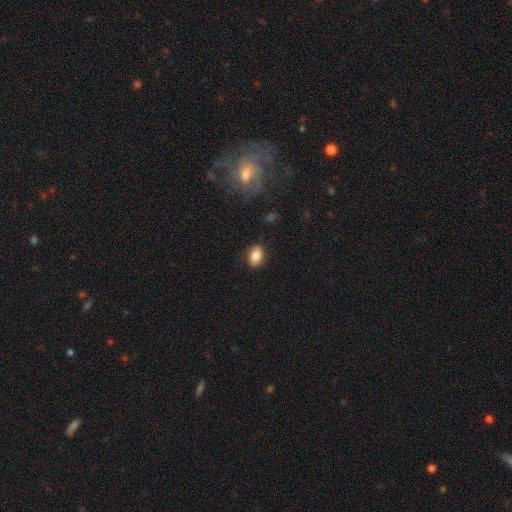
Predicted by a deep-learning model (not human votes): Smooth or featured?
  - smooth: 81% *
  - featured or disk: 11%
  - star or artifact: 8%
How rounded?
  - in between: 86% *
  - round: 11%
  - cigar-shaped: 3%
Merging?
  - none: 83% *
  - minor disturbance: 13%
  - major disturbance: 3%
  - merger: 1%